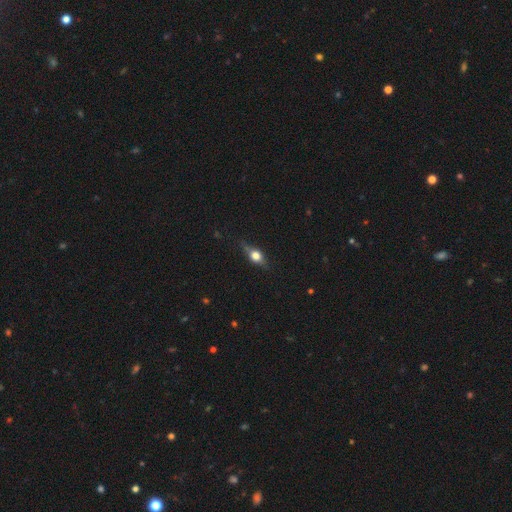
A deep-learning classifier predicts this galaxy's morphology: This appears to be a smooth galaxy with no disk features (47%). Merging: none (74%).